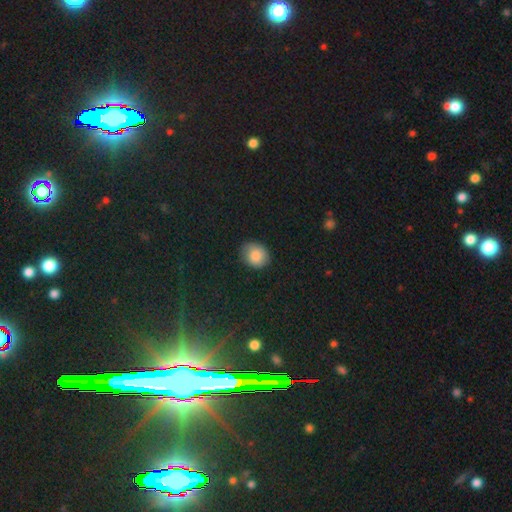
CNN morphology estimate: This appears to be a smooth galaxy with no disk features (86%) that is round (66%). Merging: none (75%).